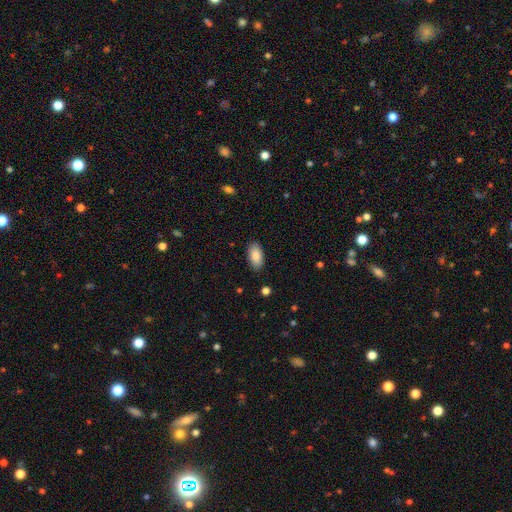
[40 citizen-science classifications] smooth_or_featured: smooth (p=0.85) [alt: featured or disk p=0.07]
how_rounded: in between (p=0.91) [alt: cigar-shaped p=0.06]
merging: none (p=0.84) [alt: minor disturbance p=0.16]